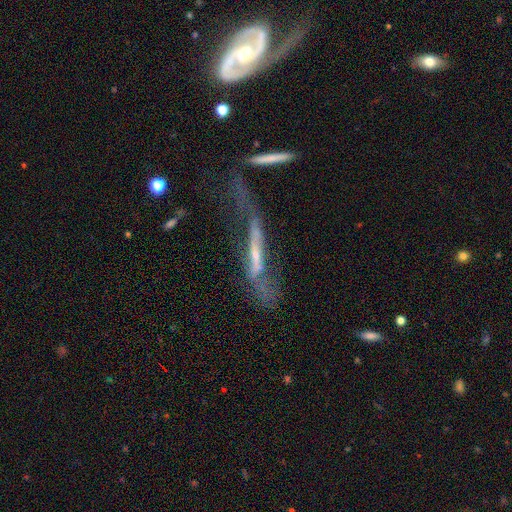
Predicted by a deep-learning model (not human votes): The model was most divided on "edge-on disk": yes: 60%, no: 40%. More confident: smooth or featured — featured or disk (68%); merging — major disturbance (51%).